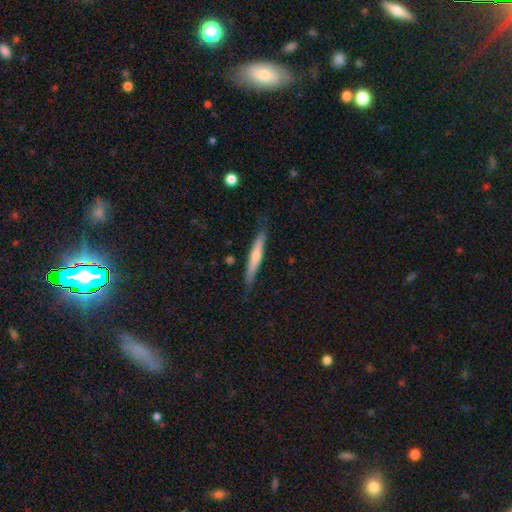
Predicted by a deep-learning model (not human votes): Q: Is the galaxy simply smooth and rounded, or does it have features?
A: featured or disk — 55%.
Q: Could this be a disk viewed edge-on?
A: yes — 95%.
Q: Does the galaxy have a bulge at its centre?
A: rounded — 62%.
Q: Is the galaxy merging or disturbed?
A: none — 85%.